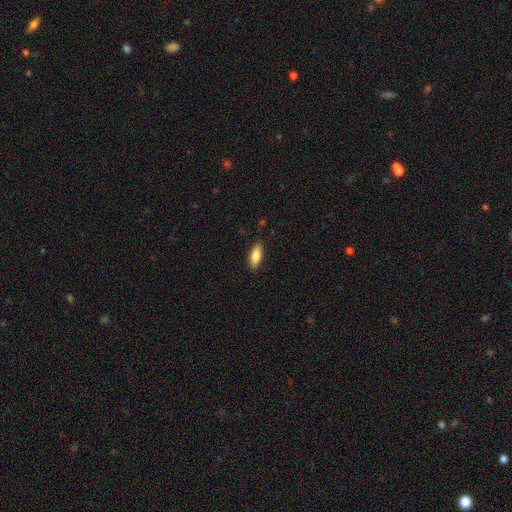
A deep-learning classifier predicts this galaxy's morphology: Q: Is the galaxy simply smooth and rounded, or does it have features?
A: smooth — 83%.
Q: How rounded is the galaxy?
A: in between — 72%.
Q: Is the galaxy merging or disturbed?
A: none — 87%.